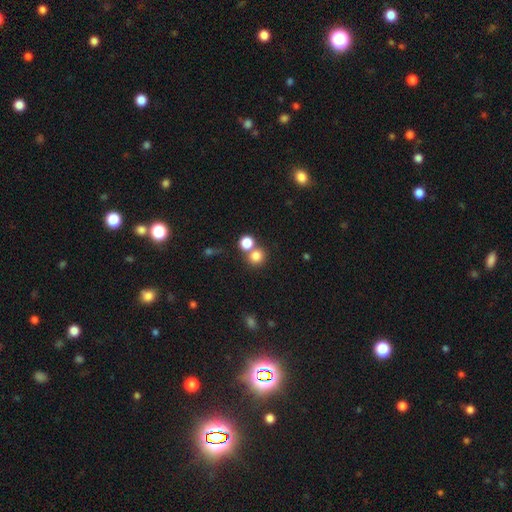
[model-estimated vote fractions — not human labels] Smooth or featured? Predicted: smooth (p=0.79). How rounded? Predicted: round (p=0.87). Merging? Predicted: none (p=0.58).